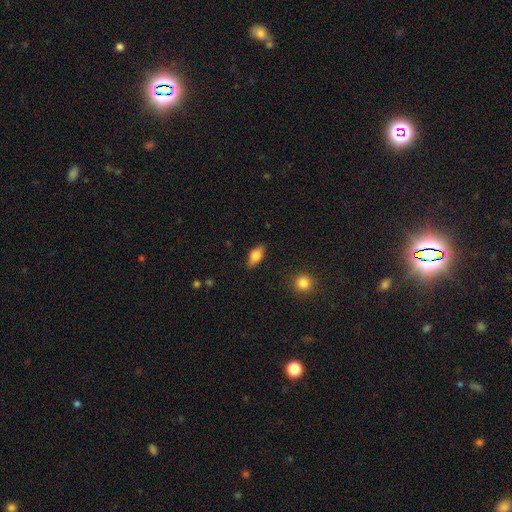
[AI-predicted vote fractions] A smooth galaxy with no disk features (78%) that is in between round and cigar-shaped (87%).

Vote fractions:
- Smooth or featured? smooth: 78% / featured or disk: 14% / star or artifact: 7%
- How rounded? in between: 87% / cigar-shaped: 8% / round: 5%
- Merging? none: 84% / minor disturbance: 12% / major disturbance: 3% / merger: 1%